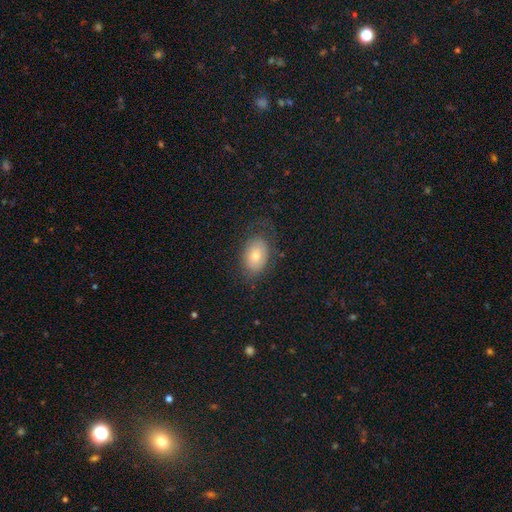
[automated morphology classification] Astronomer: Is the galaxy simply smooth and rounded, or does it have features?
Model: smooth — 72%.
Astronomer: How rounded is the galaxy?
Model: in between — 82%.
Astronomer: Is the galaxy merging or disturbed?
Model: none — 69%.